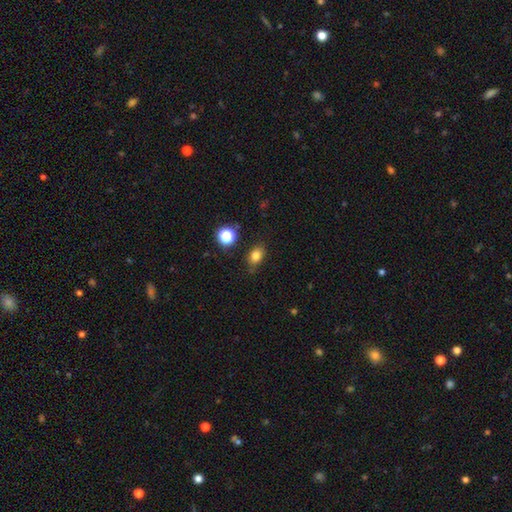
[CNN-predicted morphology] Smooth or featured: smooth — 80% (star or artifact — 13%)
How rounded: in between — 70% (round — 28%)
Merging: none — 78% (minor disturbance — 15%)